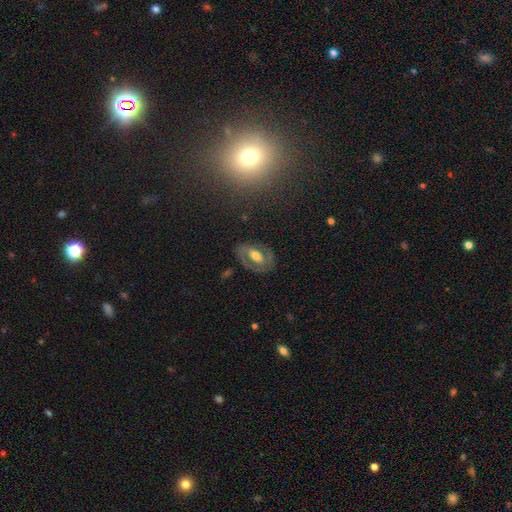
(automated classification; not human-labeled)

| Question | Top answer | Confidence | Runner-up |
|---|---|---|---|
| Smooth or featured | featured or disk | 67% | smooth (26%) |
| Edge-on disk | no | 93% | yes (7%) |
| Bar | no | 40% | weak (35%) |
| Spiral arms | no | 50% | tied: yes (50%) |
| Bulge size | moderate | 67% | large (16%) |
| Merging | none | 75% | minor disturbance (16%) |